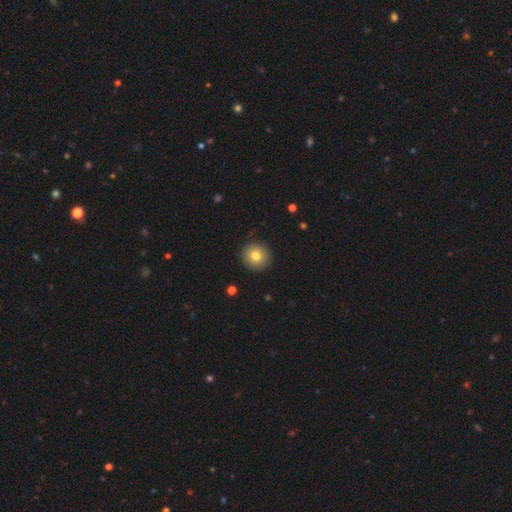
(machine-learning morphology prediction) A smooth galaxy with no disk features (79%) that is round (95%).

Vote fractions:
- Smooth or featured? smooth: 79% / featured or disk: 11% / star or artifact: 10%
- How rounded? round: 95% / in between: 4% / cigar-shaped: 1%
- Merging? none: 92% / minor disturbance: 6% / major disturbance: 2% / merger: 1%